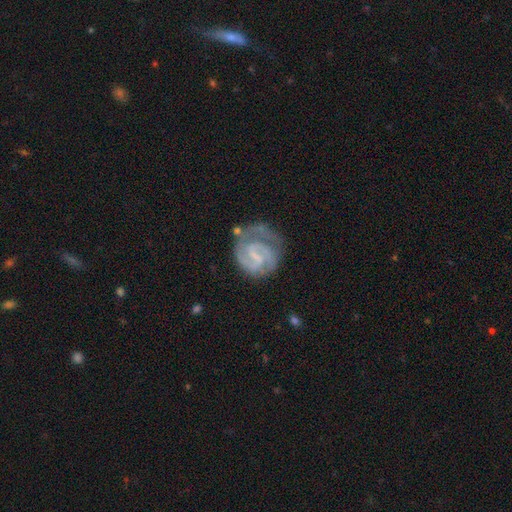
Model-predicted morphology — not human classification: A featured or disk galaxy (82%) with a weak bar (52%), 2 (68%) tight (47%) spiral arms (94%) and no central bulge (46%).

Vote fractions:
- Smooth or featured? featured or disk: 82% / smooth: 12% / star or artifact: 6%
- Edge-on disk? no: 98% / yes: 2%
- Bar? weak: 52% / strong: 26% / no: 22%
- Spiral arms? yes: 94% / no: 6%
- Spiral winding? tight: 47% / medium: 42% / loose: 11%
- Spiral arm count? 2: 68% / can't tell: 12% / 3: 8% / 1: 8% / 4: 2% / more than 4: 2%
- Bulge size? none: 46% / small: 40% / moderate: 12% / large: 2% / dominant: 1%
- Merging? none: 54% / minor disturbance: 23% / major disturbance: 18% / merger: 5%